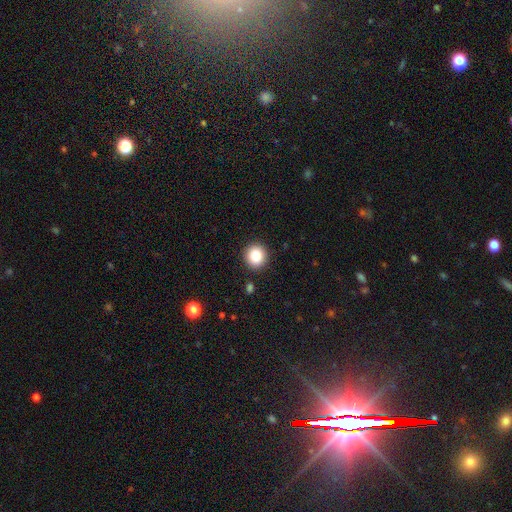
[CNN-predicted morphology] Smooth or featured: smooth — 85% (star or artifact — 10%)
How rounded: round — 88% (in between — 11%)
Merging: none — 91% (minor disturbance — 6%)